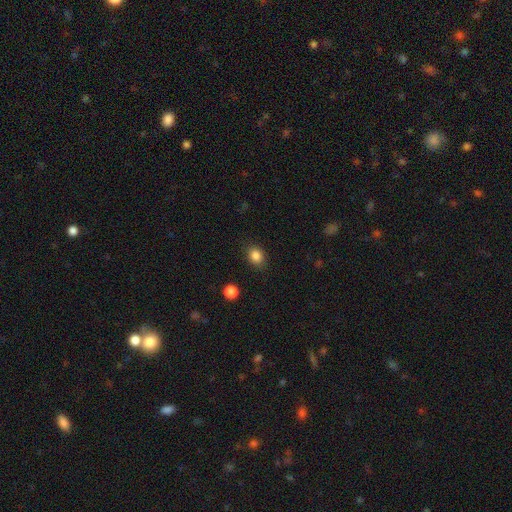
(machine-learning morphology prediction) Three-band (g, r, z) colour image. It shows a smooth galaxy with no disk features (85%) that is round (51%). Merging: none (86%).